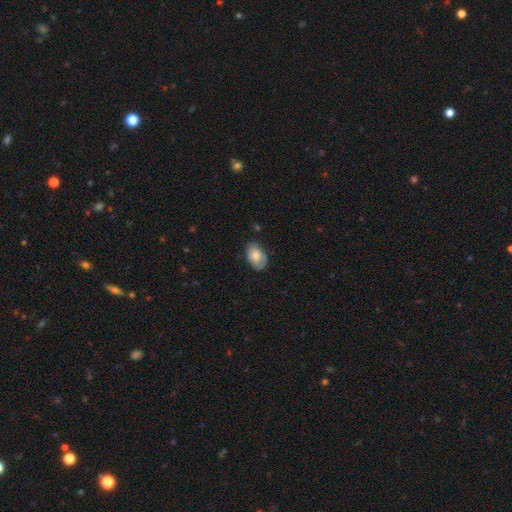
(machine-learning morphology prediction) Q: Smooth or featured?
A: smooth (67%); runner-up: featured or disk (26%)
Q: How rounded?
A: in between (86%); runner-up: round (12%)
Q: Merging?
A: none (66%); runner-up: minor disturbance (26%)